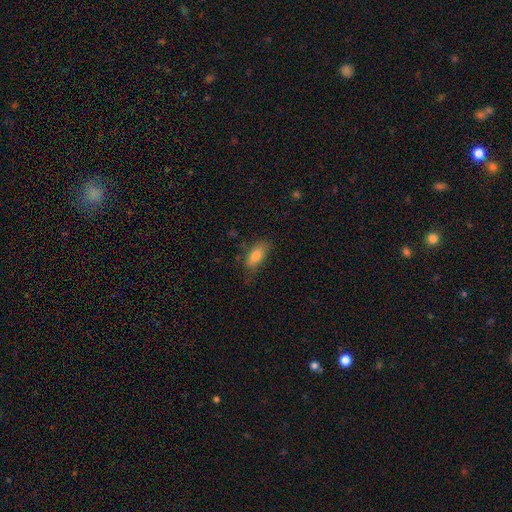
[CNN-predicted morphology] smooth_or_featured: smooth (p=0.82) [alt: featured or disk p=0.11]
how_rounded: in between (p=0.85) [alt: cigar-shaped p=0.12]
merging: none (p=0.67) [alt: minor disturbance p=0.24]